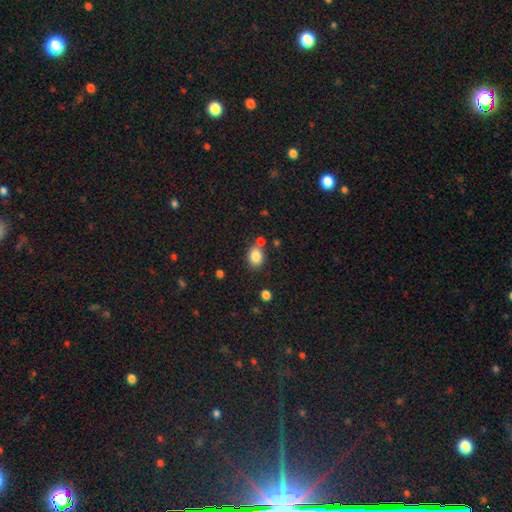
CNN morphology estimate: A smooth galaxy with no disk features (84%) that is in between round and cigar-shaped (53%). Merging: none (71%).